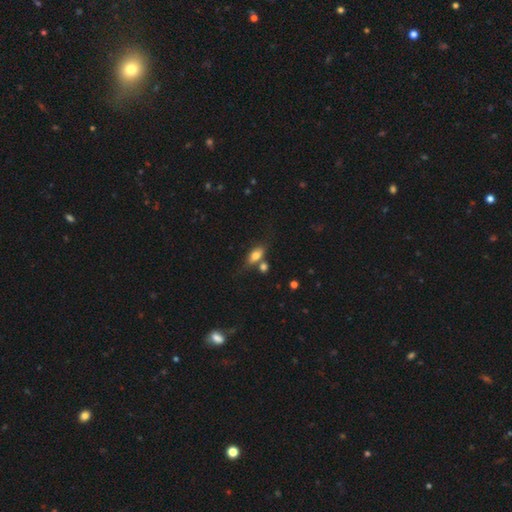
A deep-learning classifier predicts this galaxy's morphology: smooth-or-featured: smooth: 73% | featured or disk: 19% | star or artifact: 8%
  how-rounded: in between: 83% | cigar-shaped: 11% | round: 6%
  merging: none: 57% | merger: 20% | minor disturbance: 17% | major disturbance: 6%